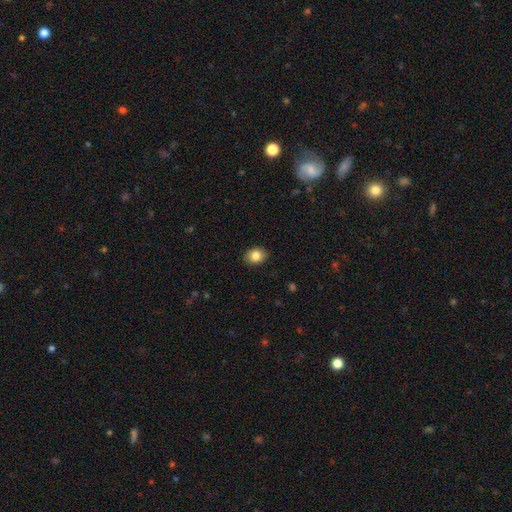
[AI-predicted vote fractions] Smooth or featured: smooth — 84% (star or artifact — 8%)
How rounded: in between — 59% (round — 40%)
Merging: none — 89% (minor disturbance — 8%)